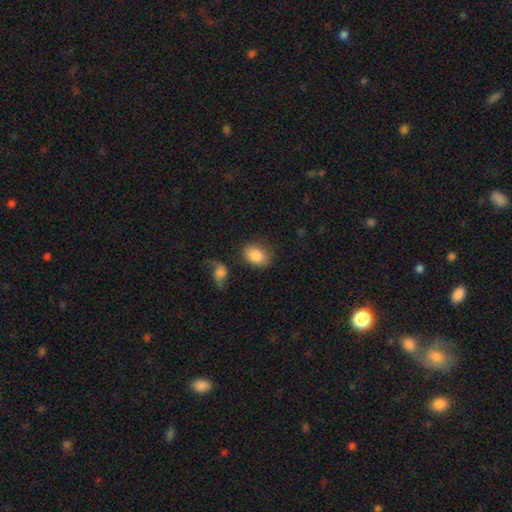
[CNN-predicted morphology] smooth_or_featured: smooth (p=0.86) [alt: star or artifact p=0.08]
how_rounded: in between (p=0.69) [alt: round p=0.29]
merging: none (p=0.72) [alt: minor disturbance p=0.16]